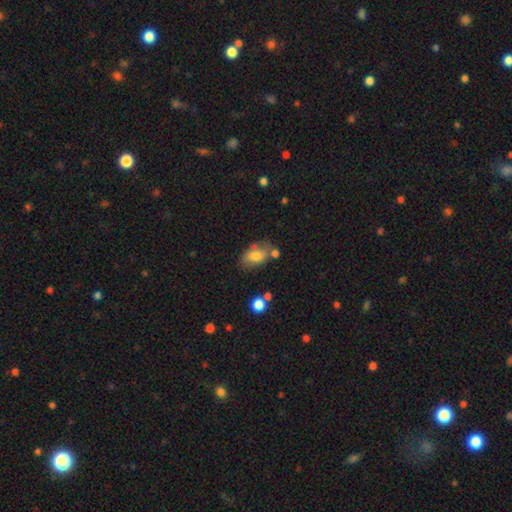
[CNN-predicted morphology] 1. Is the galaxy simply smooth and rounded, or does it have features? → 71% smooth, 20% featured or disk, 8% star or artifact.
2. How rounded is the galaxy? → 89% in between, 9% round, 2% cigar-shaped.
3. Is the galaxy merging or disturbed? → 53% none, 25% minor disturbance, 12% merger, 10% major disturbance.